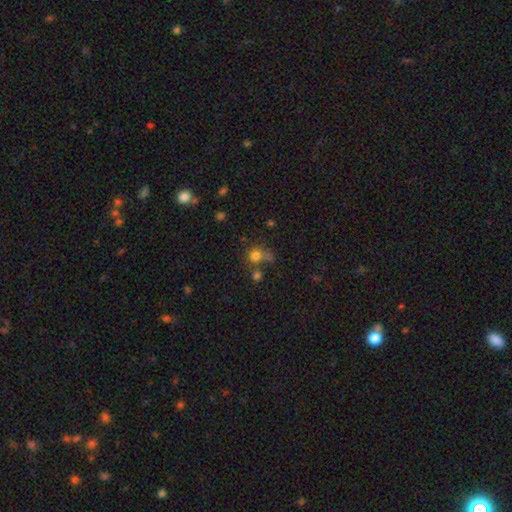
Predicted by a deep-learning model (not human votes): smooth-or-featured: smooth: 75% | star or artifact: 16% | featured or disk: 8%
  how-rounded: round: 86% | in between: 13% | cigar-shaped: 1%
  merging: none: 54% | merger: 26% | minor disturbance: 12% | major disturbance: 8%